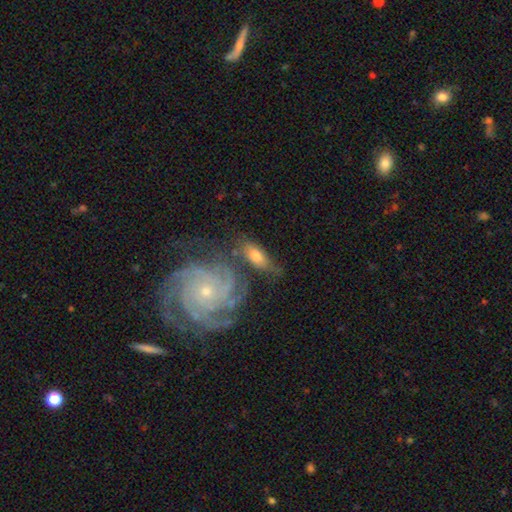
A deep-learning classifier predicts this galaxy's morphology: Q: Smooth or featured?
A: smooth (48%); runner-up: featured or disk (45%)
Q: Merging?
A: none (53%); runner-up: minor disturbance (21%)